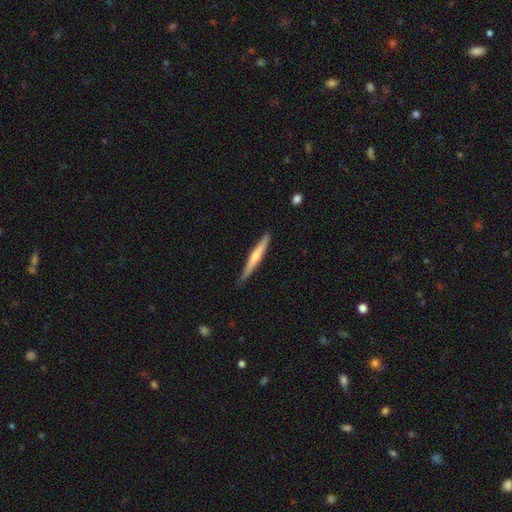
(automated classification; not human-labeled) Smooth or featured? smooth (52%)
How rounded? cigar-shaped (96%)
Merging? none (81%)